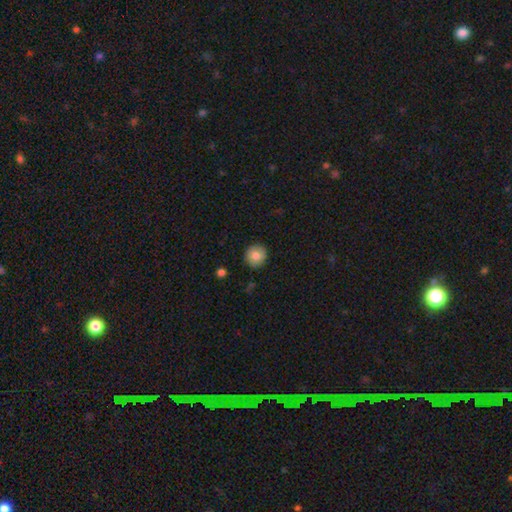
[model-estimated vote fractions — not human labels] Morphology: type=smooth (79%); roundness=round (93%); merging=none (90%).